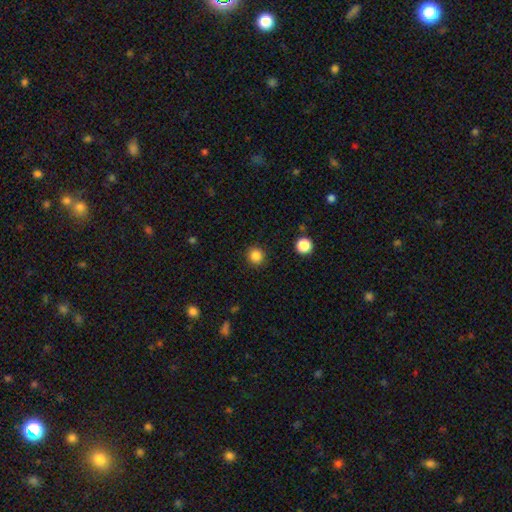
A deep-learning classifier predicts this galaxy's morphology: type=smooth (85%); roundness=round (93%); merging=none (91%).